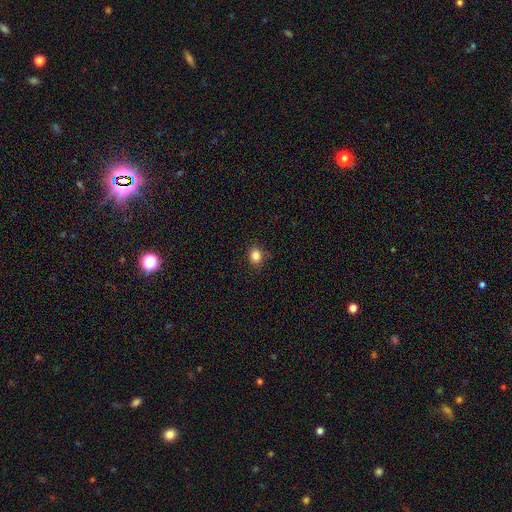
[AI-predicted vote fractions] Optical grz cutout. It shows a smooth galaxy with no disk features (84%) that is round (64%). Merging: none (85%).